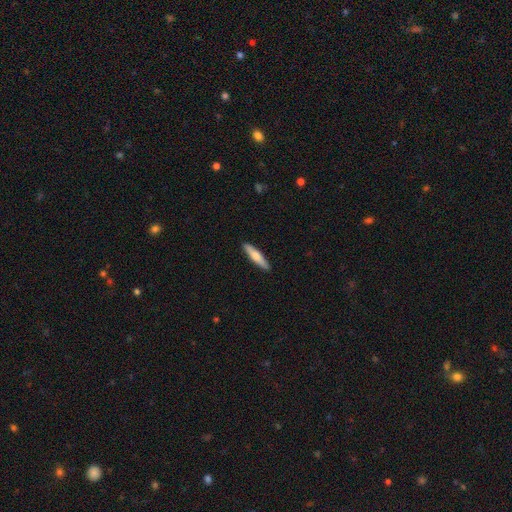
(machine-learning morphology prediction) smooth-or-featured: smooth: 60% | featured or disk: 35% | star or artifact: 5%
  how-rounded: cigar-shaped: 84% | in between: 14% | round: 2%
  merging: none: 91% | minor disturbance: 6% | major disturbance: 1% | merger: 1%